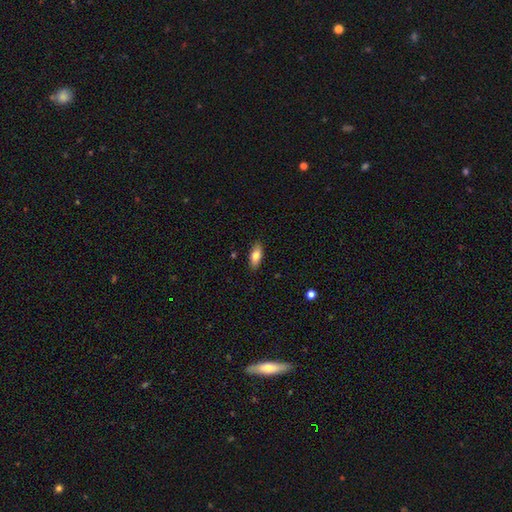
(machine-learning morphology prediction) The model was most divided on "smooth or featured": smooth: 79%, featured or disk: 15%, star or artifact: 7%. More confident: merging — none (87%); how rounded — in between (82%).